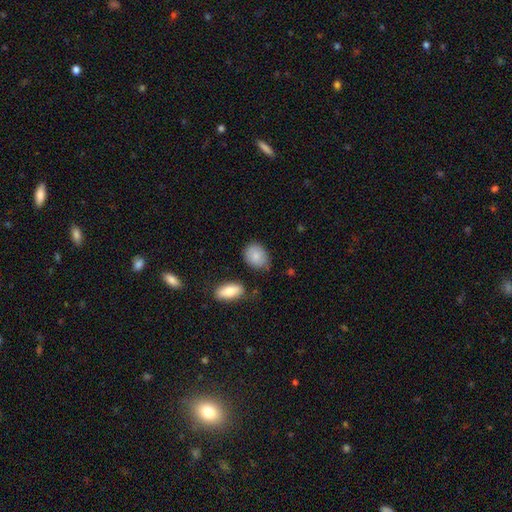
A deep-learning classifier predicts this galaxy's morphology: Overall: smooth (85%). How rounded: in between (66%; round 32%). Merging: none (67%).